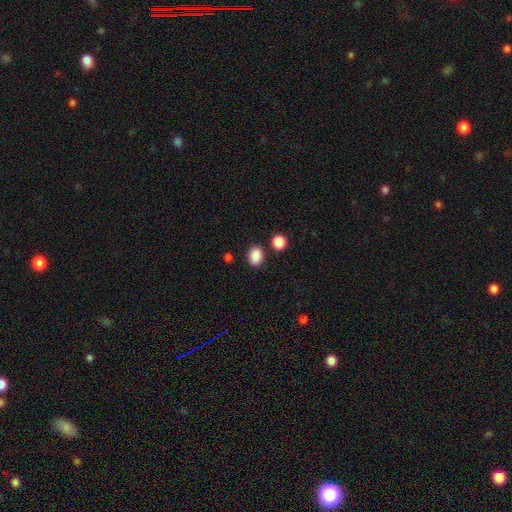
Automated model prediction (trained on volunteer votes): This is clearly a smooth galaxy (87%). How rounded: possibly in between (56%). Merging: clearly none (82%).